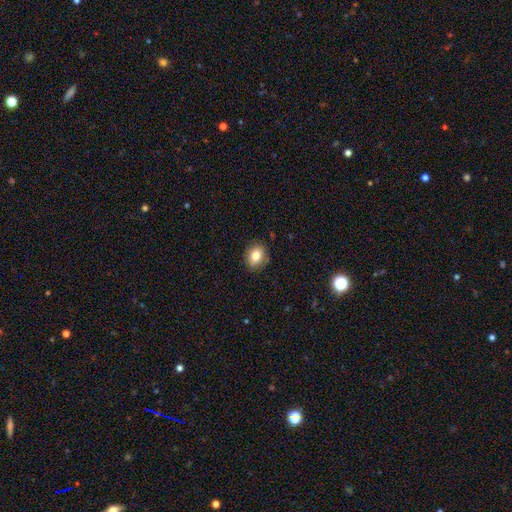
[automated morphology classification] Smooth or featured? Predicted: smooth (p=0.82). How rounded? Predicted: in between (p=0.60). Merging? Predicted: none (p=0.87).